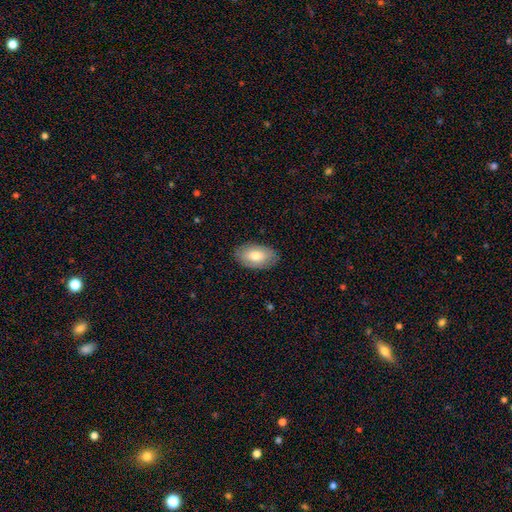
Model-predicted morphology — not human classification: Q: Smooth or featured?
A: smooth (71%); runner-up: featured or disk (22%)
Q: How rounded?
A: in between (93%); runner-up: round (5%)
Q: Merging?
A: none (85%); runner-up: minor disturbance (12%)